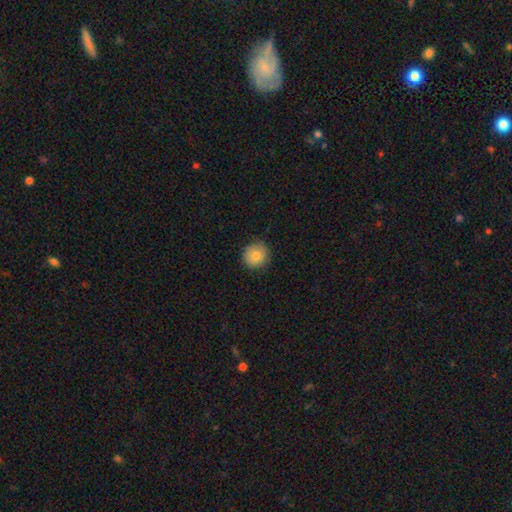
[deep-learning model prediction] Smooth or featured: smooth — 80% (featured or disk — 11%)
How rounded: round — 92% (in between — 7%)
Merging: none — 84% (minor disturbance — 12%)